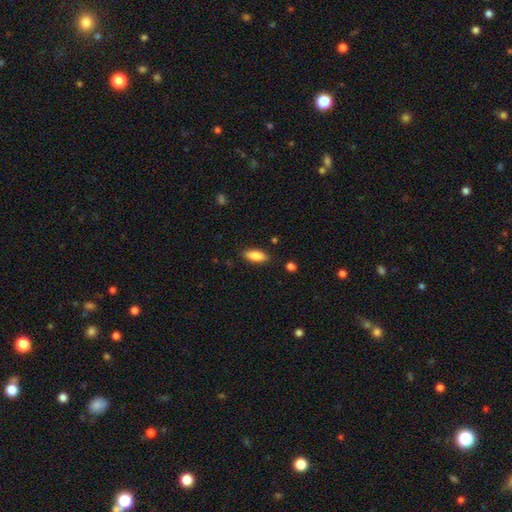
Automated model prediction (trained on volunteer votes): Overall: smooth (85%). How rounded: in between (74%). Merging: none (85%).